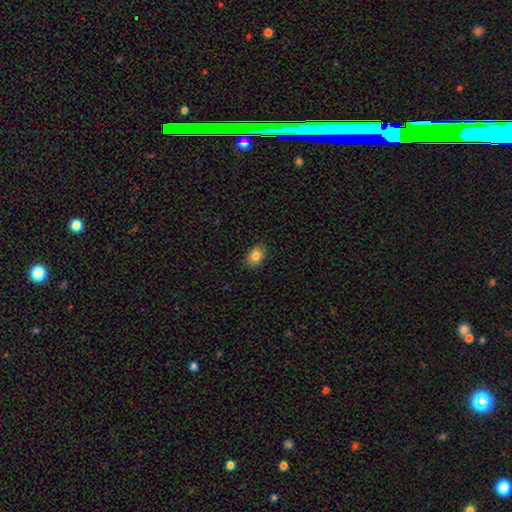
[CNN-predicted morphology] Smooth or featured?
  - smooth: 83% *
  - star or artifact: 9%
  - featured or disk: 7%
How rounded?
  - in between: 75% *
  - round: 24%
  - cigar-shaped: 1%
Merging?
  - none: 88% *
  - minor disturbance: 9%
  - major disturbance: 2%
  - merger: 1%